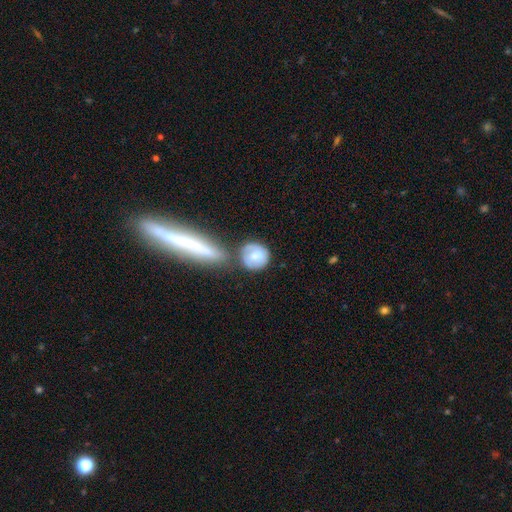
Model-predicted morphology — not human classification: smooth_or_featured: smooth (p=0.60) [alt: featured or disk p=0.34]
how_rounded: round (p=0.84) [alt: in between p=0.13]
merging: none (p=0.55) [alt: merger p=0.21]